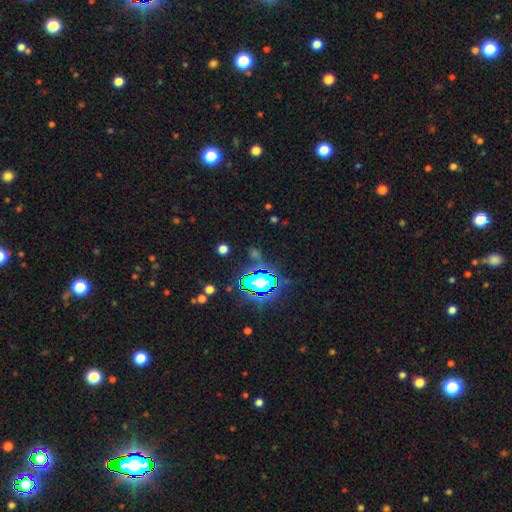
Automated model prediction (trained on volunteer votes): Smooth or featured? Predicted: star or artifact (p=0.71).